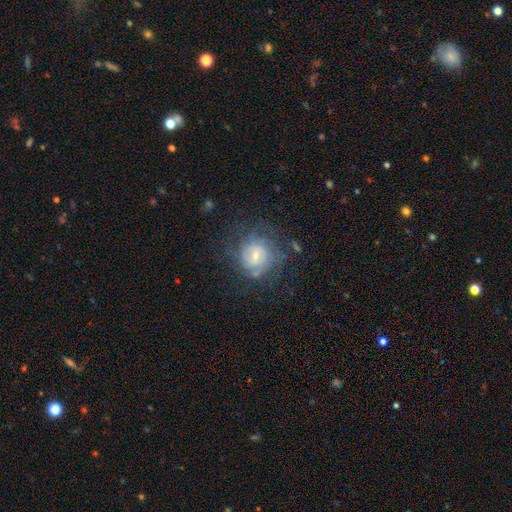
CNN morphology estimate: type=featured or disk (69%); edge-on=no (97%); bar=no (47%); spiral arms=yes (85%); winding=tight (57%); arm count=can't tell (48%); bulge=small (57%); merging=none (61%).